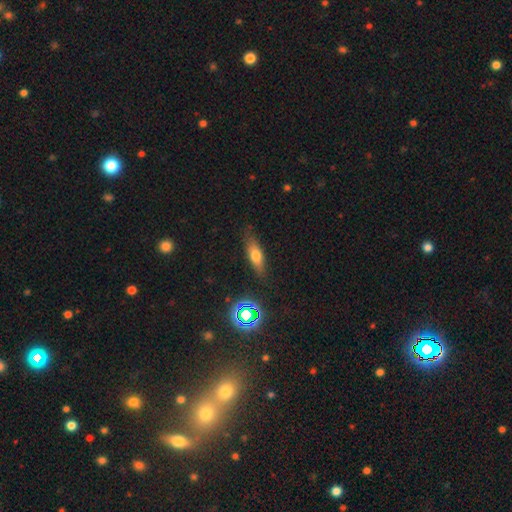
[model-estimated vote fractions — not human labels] smooth_or_featured: smooth (p=0.62) [alt: featured or disk p=0.26]
how_rounded: in between (p=0.53) [alt: cigar-shaped p=0.42]
merging: none (p=0.81) [alt: minor disturbance p=0.14]